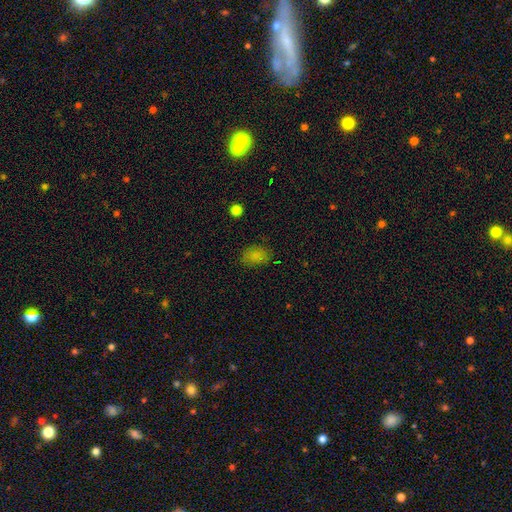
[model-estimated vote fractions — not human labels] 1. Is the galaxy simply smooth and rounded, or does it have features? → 81% smooth, 13% star or artifact, 6% featured or disk.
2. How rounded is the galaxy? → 82% in between, 17% round, 1% cigar-shaped.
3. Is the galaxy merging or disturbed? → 77% none, 17% minor disturbance, 4% major disturbance, 2% merger.